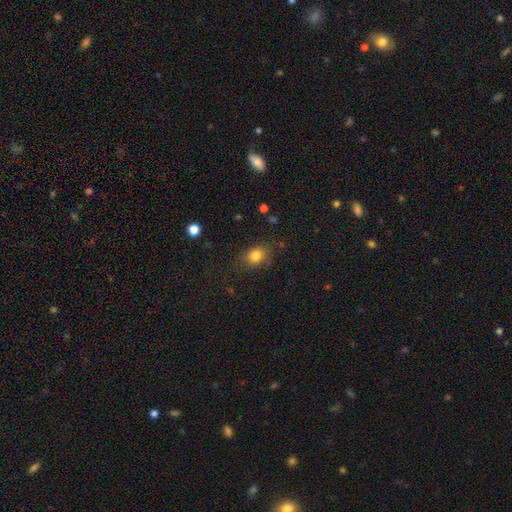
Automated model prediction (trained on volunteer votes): A smooth galaxy with no disk features (81%) that is in between round and cigar-shaped (58%).

Vote fractions:
- Smooth or featured? smooth: 81% / star or artifact: 11% / featured or disk: 8%
- How rounded? in between: 58% / round: 41% / cigar-shaped: 1%
- Merging? none: 75% / minor disturbance: 17% / major disturbance: 6% / merger: 2%